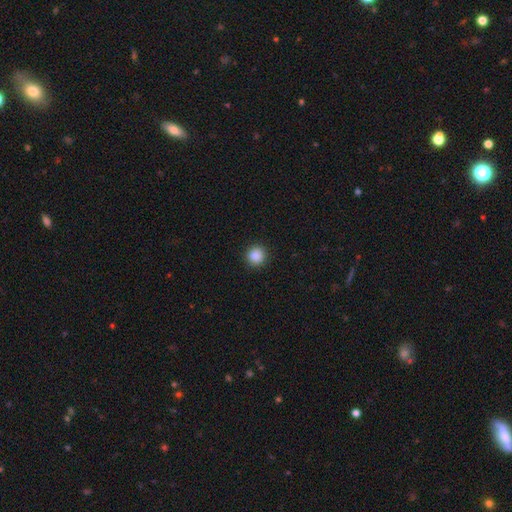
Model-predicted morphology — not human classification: smooth-or-featured: smooth: 88% | star or artifact: 9% | featured or disk: 2%
  how-rounded: round: 93% | in between: 6% | cigar-shaped: 1%
  merging: none: 92% | minor disturbance: 6% | major disturbance: 2% | merger: 1%